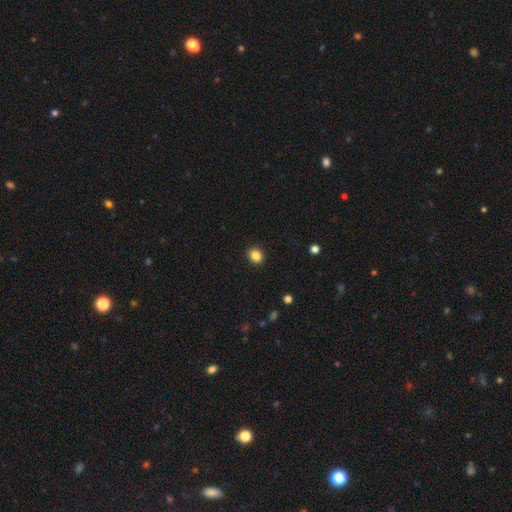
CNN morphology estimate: This is clearly a smooth galaxy (85%). How rounded: likely round (61%). Merging: clearly none (91%).